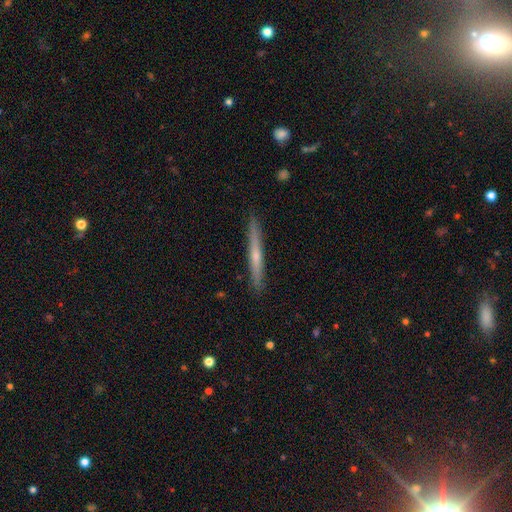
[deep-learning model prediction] smooth-or-featured: featured or disk: 56% | smooth: 38% | star or artifact: 6%
  disk-edge-on: yes: 97% | no: 3%
    edge-on-bulge: rounded: 55% | none: 41% | boxy: 4%
  merging: none: 91% | minor disturbance: 7% | major disturbance: 1% | merger: 1%